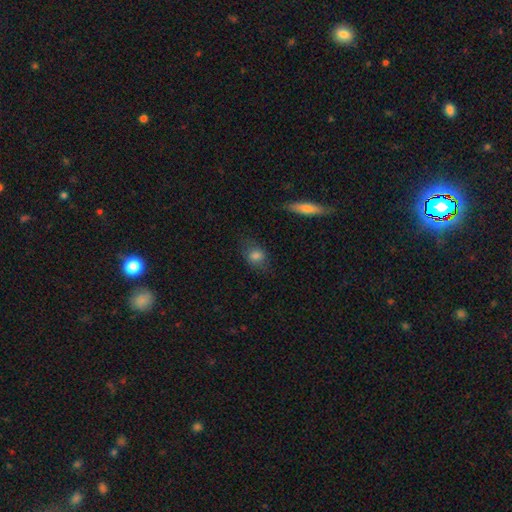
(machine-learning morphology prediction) Smooth or featured?
  - smooth: 78% *
  - featured or disk: 12%
  - star or artifact: 10%
How rounded?
  - in between: 54% *
  - round: 43%
  - cigar-shaped: 3%
Merging?
  - none: 69% *
  - minor disturbance: 21%
  - major disturbance: 8%
  - merger: 2%